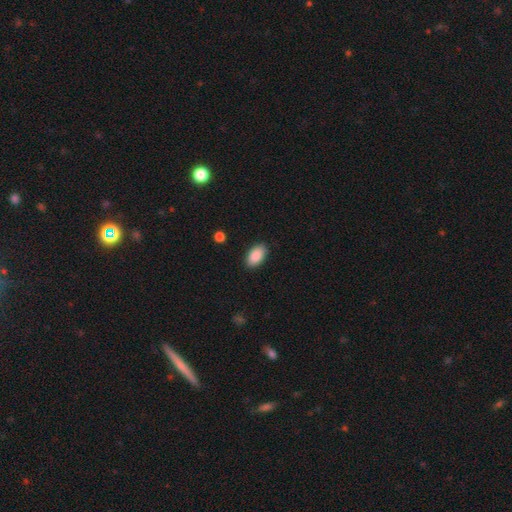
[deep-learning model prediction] The model was most divided on "merging": none: 88%, minor disturbance: 9%, major disturbance: 2%, merger: 1%. More confident: how rounded — in between (94%); smooth or featured — smooth (90%).